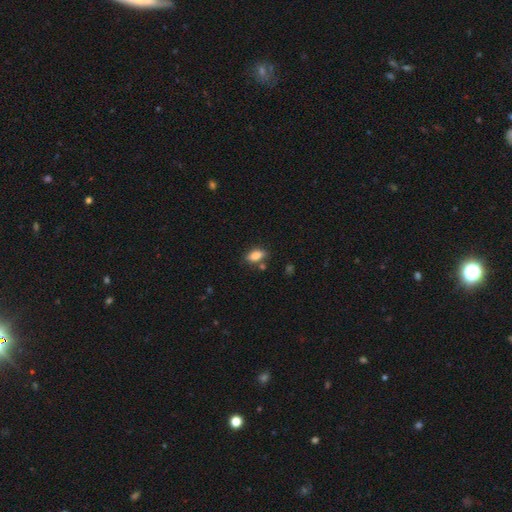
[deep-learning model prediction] Smooth or featured?
  - smooth: 81% *
  - featured or disk: 11%
  - star or artifact: 8%
How rounded?
  - in between: 85% *
  - cigar-shaped: 9%
  - round: 6%
Merging?
  - none: 76% *
  - minor disturbance: 14%
  - merger: 7%
  - major disturbance: 3%